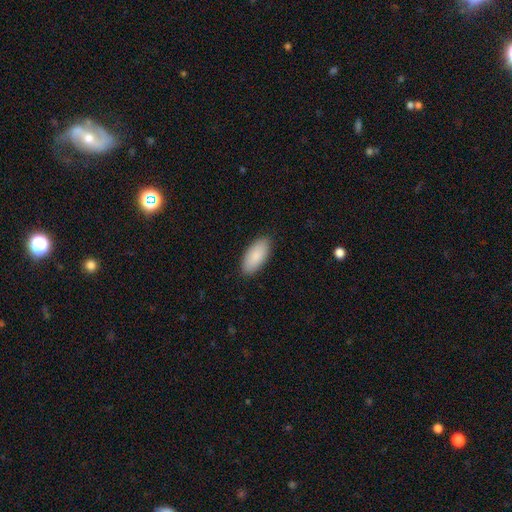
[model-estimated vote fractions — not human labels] This is clearly a smooth galaxy (89%). How rounded: clearly in between (91%). Merging: clearly none (88%).